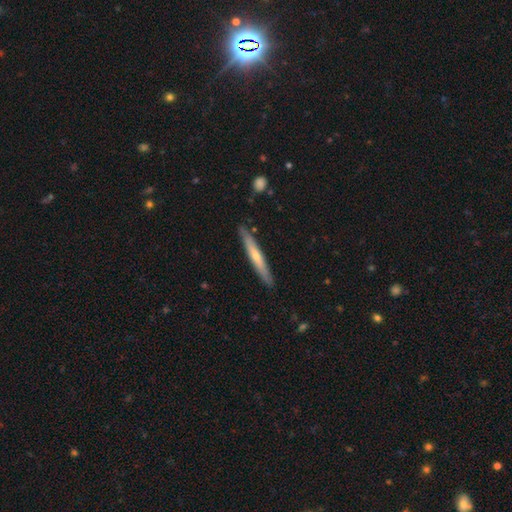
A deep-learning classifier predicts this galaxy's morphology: Smooth or featured? Predicted: featured or disk (p=0.48). Merging? Predicted: none (p=0.88).